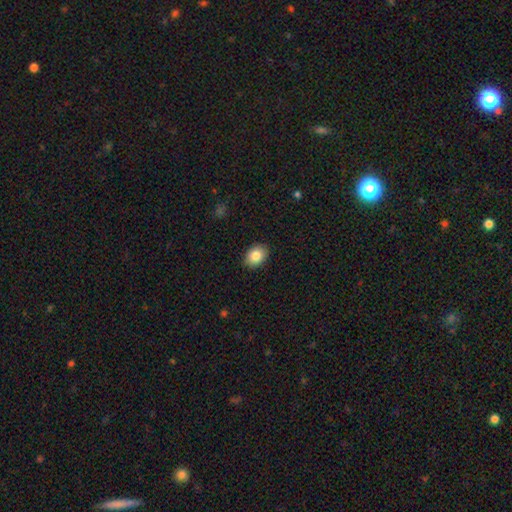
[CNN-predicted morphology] The model was most divided on "how rounded": in between: 74%, round: 25%, cigar-shaped: 1%. More confident: merging — none (89%); smooth or featured — smooth (84%).